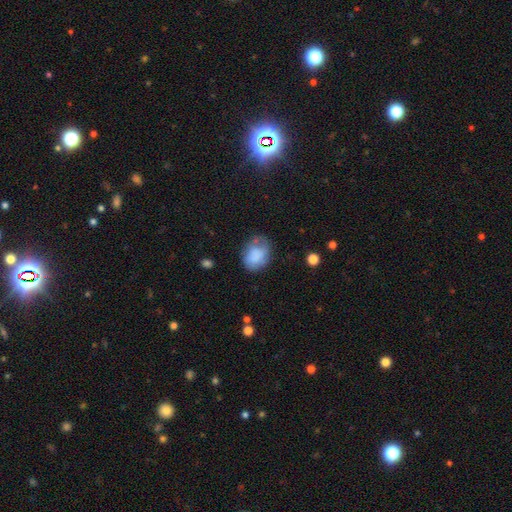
Volunteers were most divided on "how rounded": round: 56%, in between: 44%, cigar-shaped: 0%. More confident: smooth or featured — smooth (82%); merging — none (57%).